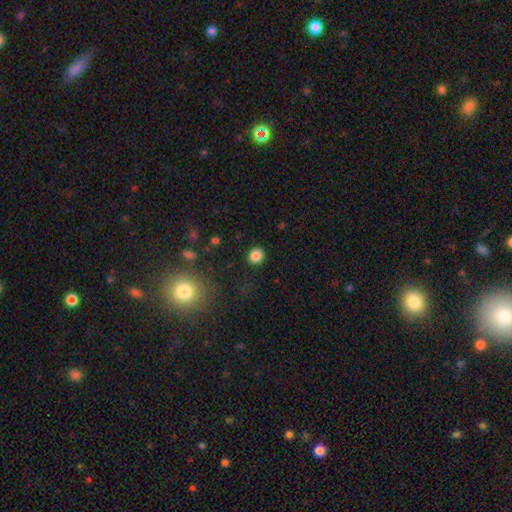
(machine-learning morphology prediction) Smooth or featured: smooth — 85% (star or artifact — 11%)
How rounded: round — 92% (in between — 8%)
Merging: none — 91% (minor disturbance — 5%)